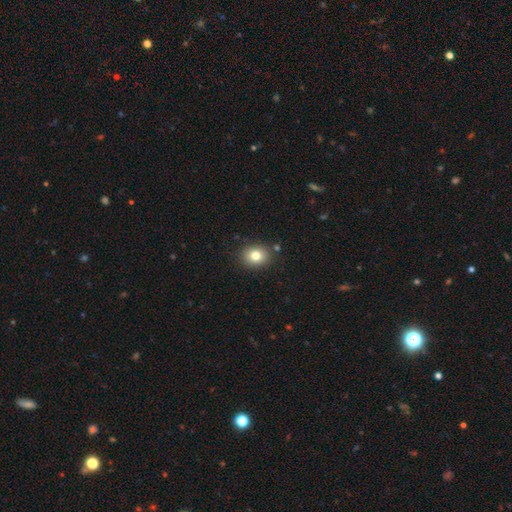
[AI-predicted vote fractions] This appears to be a smooth galaxy with no disk features (80%) that is round (61%). Merging: none (85%).